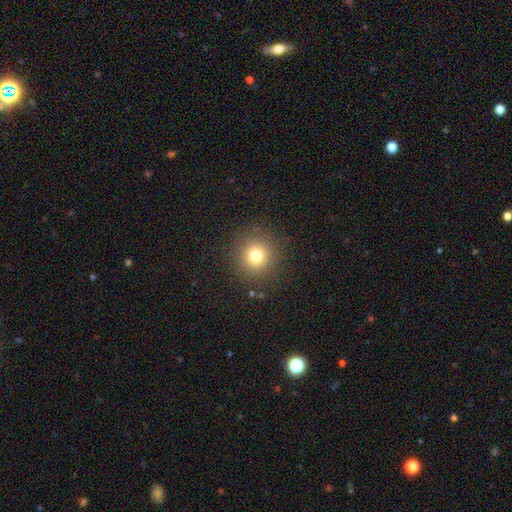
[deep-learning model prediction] This appears to be a smooth galaxy with no disk features (75%) that is round (94%). Merging: none (89%).